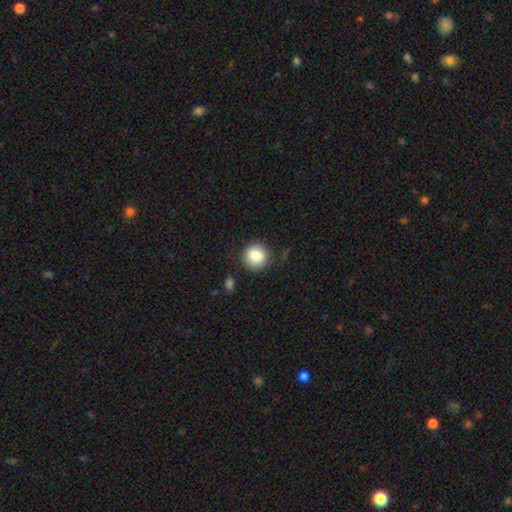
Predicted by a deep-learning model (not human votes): This is clearly a smooth galaxy (86%). How rounded: clearly round (91%). Merging: clearly none (83%).